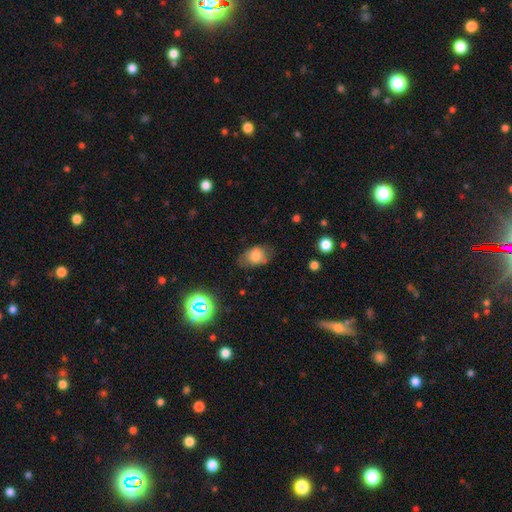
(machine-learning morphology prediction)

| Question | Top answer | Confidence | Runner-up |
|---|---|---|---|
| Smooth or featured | smooth | 75% | featured or disk (14%) |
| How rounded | in between | 78% | round (21%) |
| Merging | none | 61% | minor disturbance (27%) |